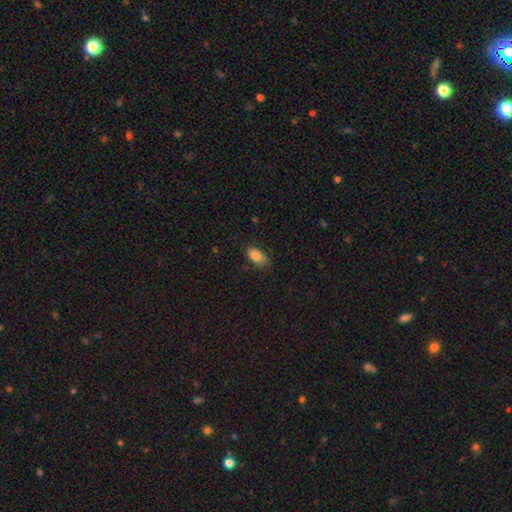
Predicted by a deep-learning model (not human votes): smooth 84%, star or artifact 8%, featured or disk 8%. Down the decision tree: how rounded — in between (90%); merging — none (70%).